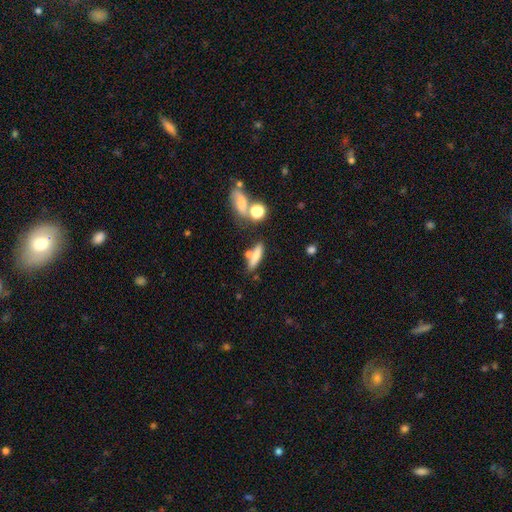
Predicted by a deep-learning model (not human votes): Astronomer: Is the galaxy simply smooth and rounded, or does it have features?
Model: smooth — 69%.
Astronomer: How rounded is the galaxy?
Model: cigar-shaped — 65%.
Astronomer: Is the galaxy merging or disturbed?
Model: none — 57%.